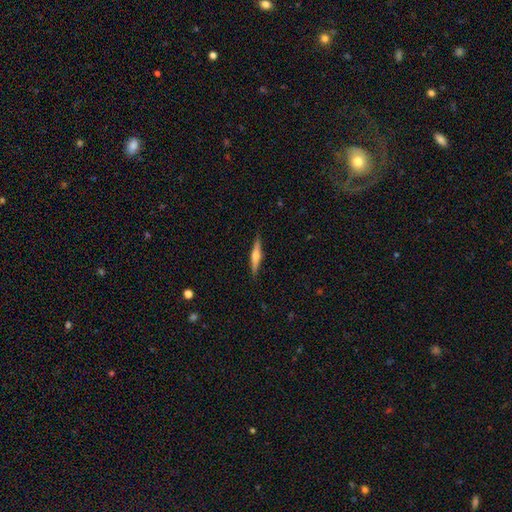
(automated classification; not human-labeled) Smooth or featured?
  - featured or disk: 54% *
  - smooth: 40%
  - star or artifact: 6%
Edge-on disk?
  - yes: 97% *
  - no: 3%
Edge-on bulge?
  - rounded: 86% *
  - none: 7%
  - boxy: 6%
Merging?
  - none: 90% *
  - minor disturbance: 8%
  - major disturbance: 2%
  - merger: 1%